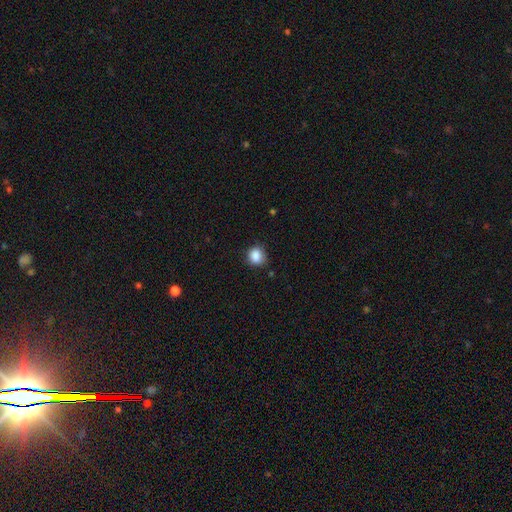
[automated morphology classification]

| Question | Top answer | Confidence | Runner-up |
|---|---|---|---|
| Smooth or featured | smooth | 86% | star or artifact (10%) |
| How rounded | round | 74% | in between (25%) |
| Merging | none | 74% | minor disturbance (20%) |